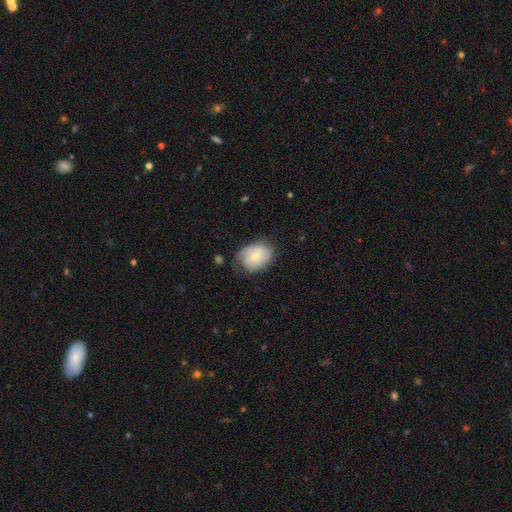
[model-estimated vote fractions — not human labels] Smooth or featured? Predicted: featured or disk (p=0.56). Edge-on disk? Predicted: no (p=0.97). Bar? Predicted: no (p=0.59). Spiral arms? Predicted: yes (p=0.86). Bulge size? Predicted: small (p=0.57). Merging? Predicted: none (p=0.55).